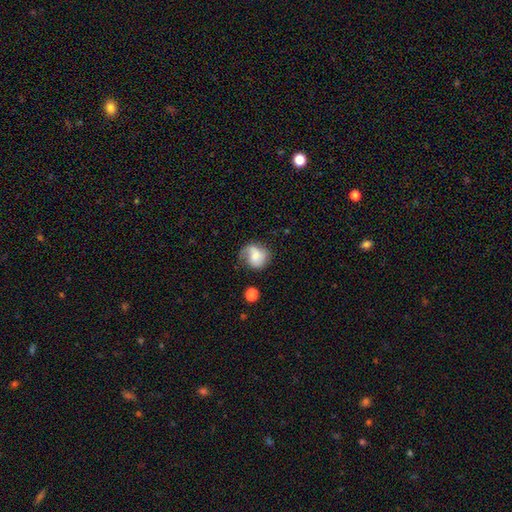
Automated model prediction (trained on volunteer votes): This is possibly a smooth galaxy (47%). Merging: possibly none (51%).